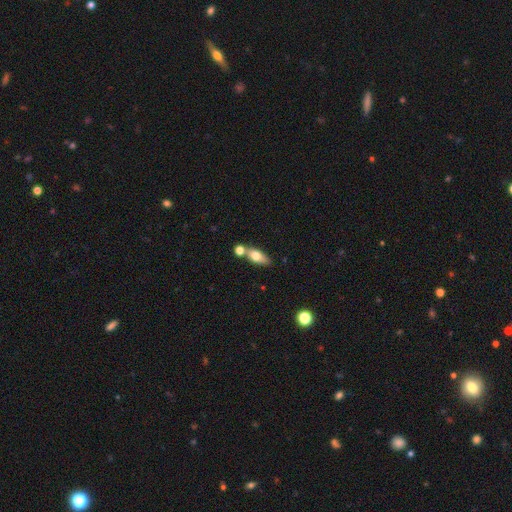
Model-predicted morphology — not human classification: Smooth or featured: smooth — 65% (featured or disk — 28%)
How rounded: in between — 71% (cigar-shaped — 23%)
Merging: none — 57% (merger — 27%)